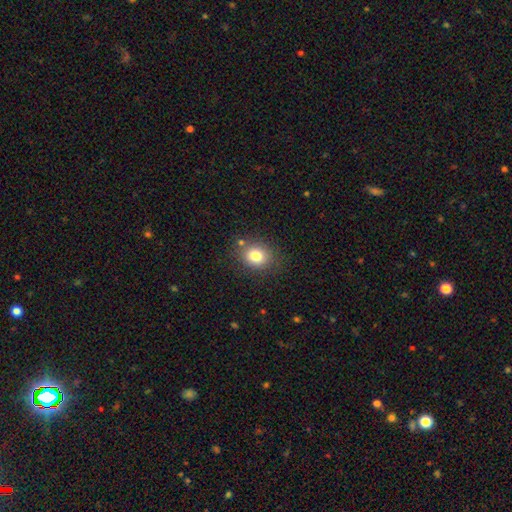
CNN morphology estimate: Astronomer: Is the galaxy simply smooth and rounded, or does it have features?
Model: smooth — 80%.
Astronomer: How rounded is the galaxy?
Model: round — 64%.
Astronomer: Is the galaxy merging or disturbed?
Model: none — 79%.